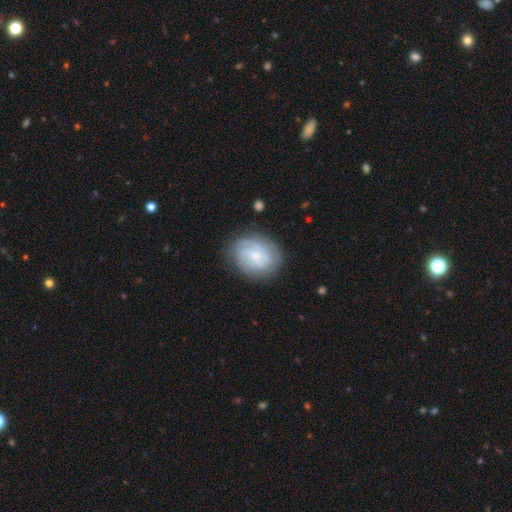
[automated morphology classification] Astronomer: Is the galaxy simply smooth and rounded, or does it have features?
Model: featured or disk — 52% (runner-up: smooth, 40%).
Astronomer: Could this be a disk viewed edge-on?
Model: no — 97%.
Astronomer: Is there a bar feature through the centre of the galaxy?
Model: no — 64%.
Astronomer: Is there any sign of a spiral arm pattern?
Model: yes — 84%.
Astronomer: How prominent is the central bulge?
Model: small — 61%.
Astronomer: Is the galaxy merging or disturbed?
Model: none — 76%.